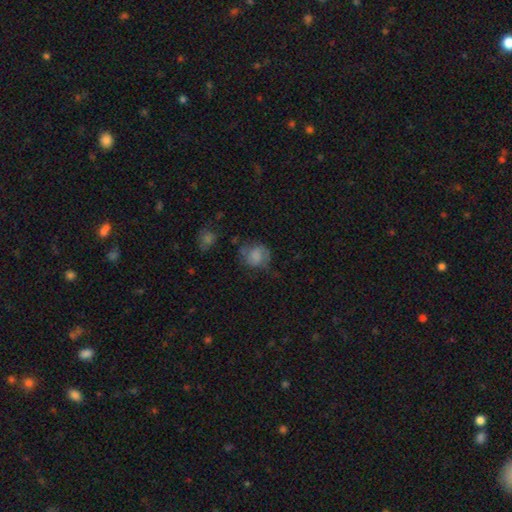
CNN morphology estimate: Smooth or featured? Predicted: smooth (p=0.61). How rounded? Predicted: round (p=0.72). Merging? Predicted: none (p=0.53).